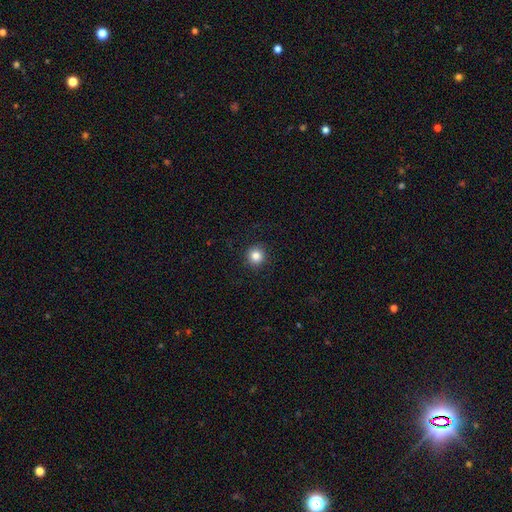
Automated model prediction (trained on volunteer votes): Smooth or featured? Predicted: smooth (p=0.84). How rounded? Predicted: round (p=0.94). Merging? Predicted: none (p=0.92).